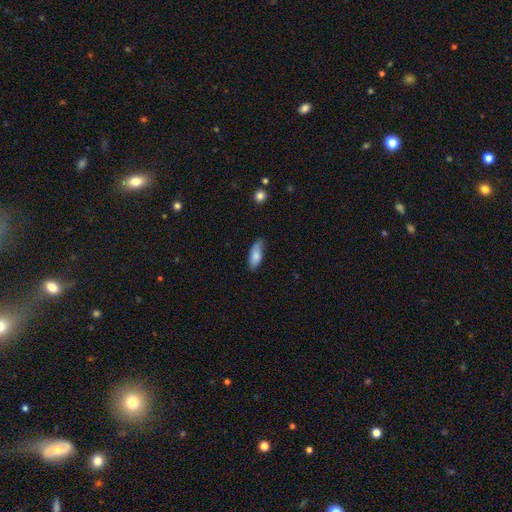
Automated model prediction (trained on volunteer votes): A smooth galaxy with no disk features (81%) that is in between round and cigar-shaped (77%). Merging: none (73%).